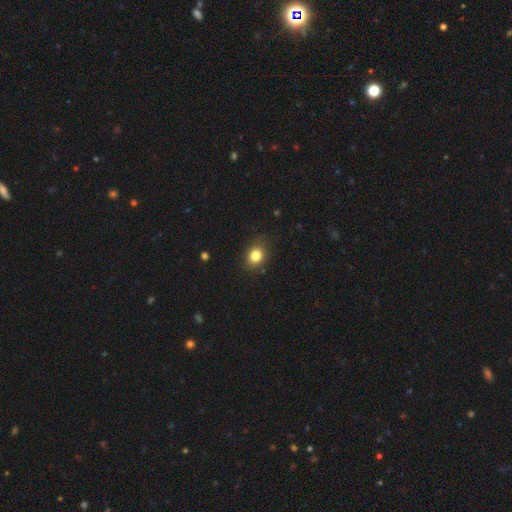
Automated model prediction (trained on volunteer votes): A smooth galaxy with no disk features (82%) that is in between round and cigar-shaped (51%). Merging: none (84%).